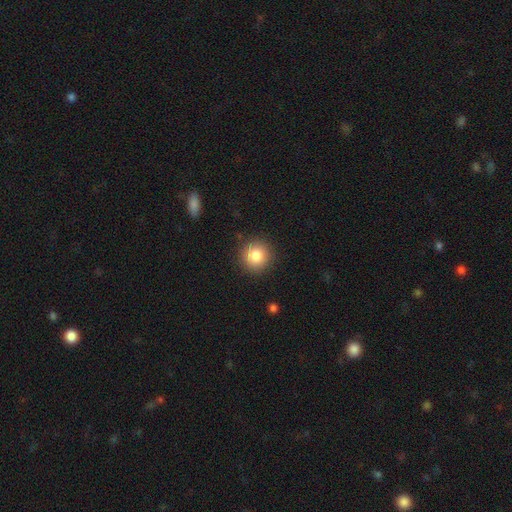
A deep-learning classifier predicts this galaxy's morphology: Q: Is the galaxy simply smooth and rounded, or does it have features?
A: smooth — 84%.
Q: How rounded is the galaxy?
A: round — 94%.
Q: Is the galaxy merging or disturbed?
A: none — 90%.